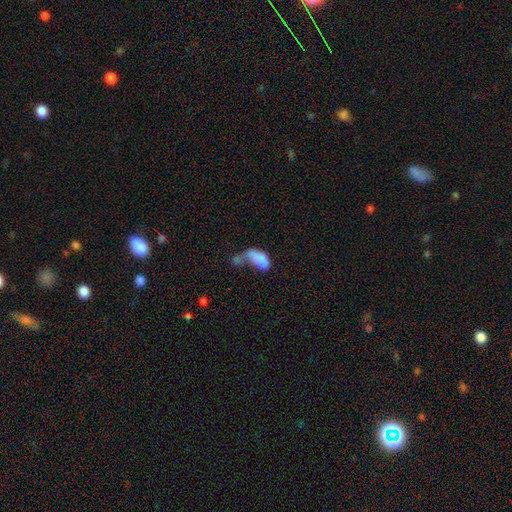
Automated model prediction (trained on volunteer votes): smooth_or_featured: smooth (p=0.68) [alt: featured or disk p=0.19]
how_rounded: in between (p=0.87) [alt: cigar-shaped p=0.08]
merging: merger (p=0.41) [alt: none p=0.23]